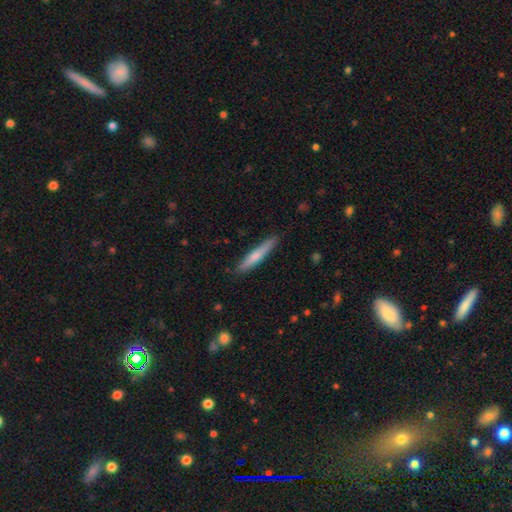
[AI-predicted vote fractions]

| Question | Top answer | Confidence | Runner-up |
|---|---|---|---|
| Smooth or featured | smooth | 64% | featured or disk (30%) |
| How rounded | cigar-shaped | 93% | in between (6%) |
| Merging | none | 87% | minor disturbance (10%) |